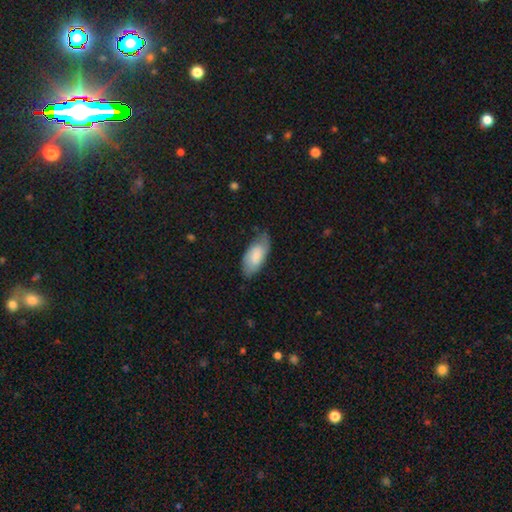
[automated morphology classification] A smooth galaxy with no disk features (75%) that is in between round and cigar-shaped (91%).

Vote fractions:
- Smooth or featured? smooth: 75% / featured or disk: 20% / star or artifact: 5%
- How rounded? in between: 91% / cigar-shaped: 7% / round: 2%
- Merging? none: 63% / minor disturbance: 30% / major disturbance: 6% / merger: 1%